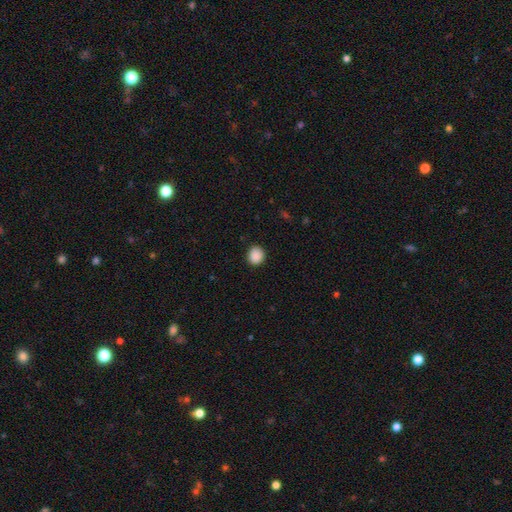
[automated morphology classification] smooth-or-featured: smooth: 89% | star or artifact: 8% | featured or disk: 2%
  how-rounded: round: 75% | in between: 24% | cigar-shaped: 1%
  merging: none: 89% | minor disturbance: 8% | major disturbance: 2% | merger: 1%